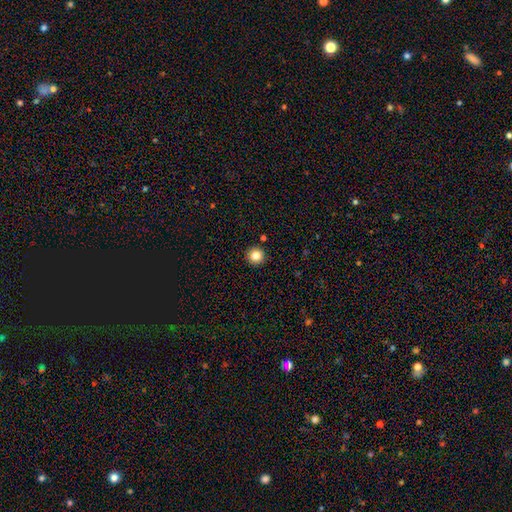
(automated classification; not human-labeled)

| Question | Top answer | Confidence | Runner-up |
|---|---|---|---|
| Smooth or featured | smooth | 84% | star or artifact (11%) |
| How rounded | round | 96% | in between (3%) |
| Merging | none | 92% | minor disturbance (5%) |